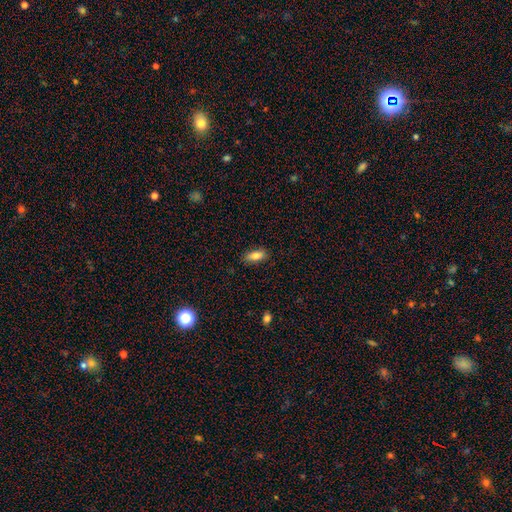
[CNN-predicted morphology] type=smooth (81%); roundness=in between (79%); merging=none (85%).